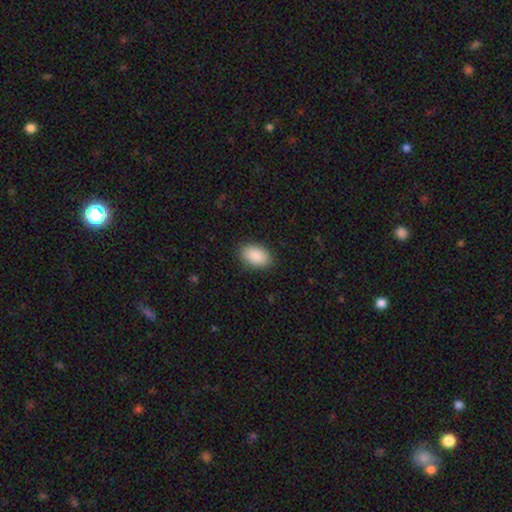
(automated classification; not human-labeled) smooth-or-featured: smooth: 89% | star or artifact: 6% | featured or disk: 5%
  how-rounded: in between: 91% | round: 7% | cigar-shaped: 1%
  merging: none: 88% | minor disturbance: 9% | major disturbance: 2% | merger: 1%